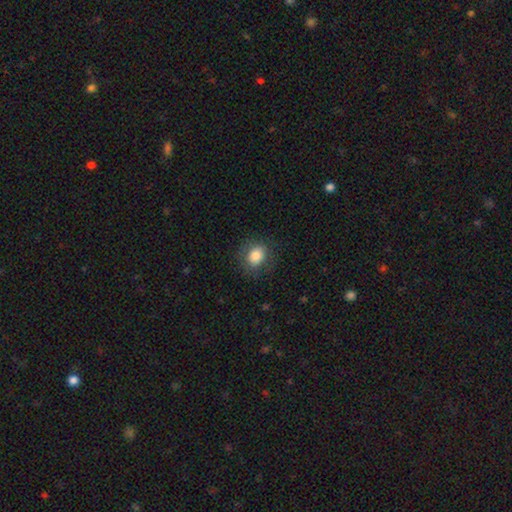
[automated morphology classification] This is clearly a smooth galaxy (82%). How rounded: likely round (60%). Merging: likely none (80%).